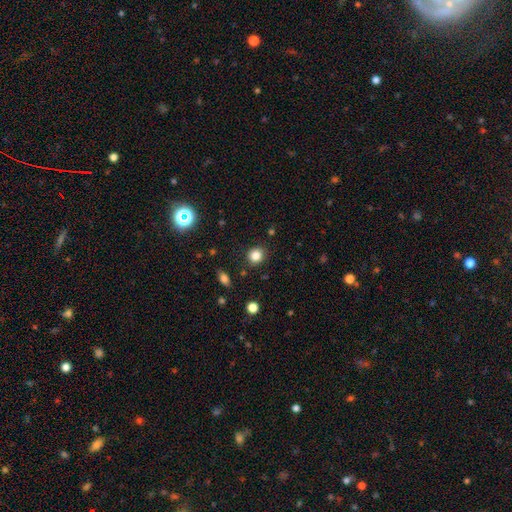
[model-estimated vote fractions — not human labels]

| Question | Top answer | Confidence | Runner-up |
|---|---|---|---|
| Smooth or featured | smooth | 83% | star or artifact (12%) |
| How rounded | round | 81% | in between (18%) |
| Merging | none | 87% | minor disturbance (9%) |